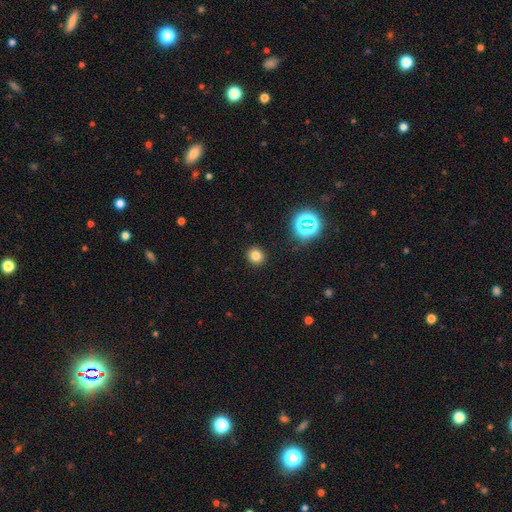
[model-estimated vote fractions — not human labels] Smooth or featured? smooth (76%)
How rounded? round (83%)
Merging? none (91%)